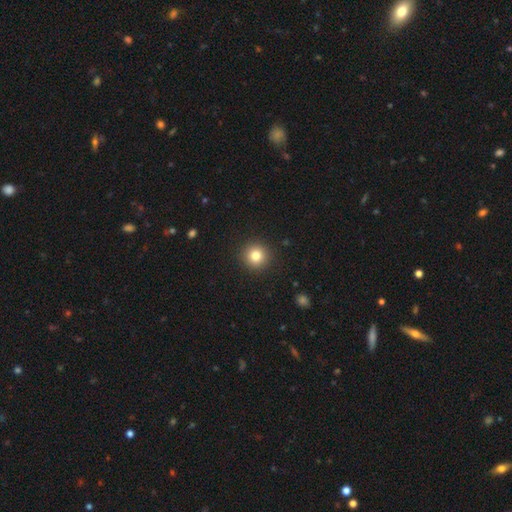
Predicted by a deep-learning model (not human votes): Smooth or featured?
  - smooth: 81% *
  - star or artifact: 11%
  - featured or disk: 8%
How rounded?
  - round: 95% *
  - in between: 4%
  - cigar-shaped: 1%
Merging?
  - none: 92% *
  - minor disturbance: 5%
  - major disturbance: 2%
  - merger: 1%